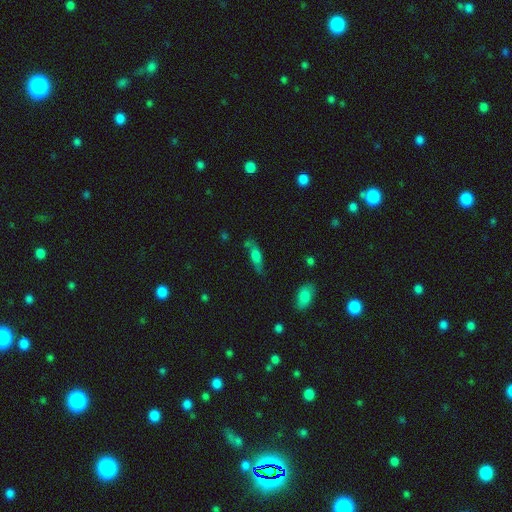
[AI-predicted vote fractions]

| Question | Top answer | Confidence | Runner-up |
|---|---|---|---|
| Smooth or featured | smooth | 54% | featured or disk (36%) |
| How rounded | cigar-shaped | 53% | in between (43%) |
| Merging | none | 67% | minor disturbance (21%) |